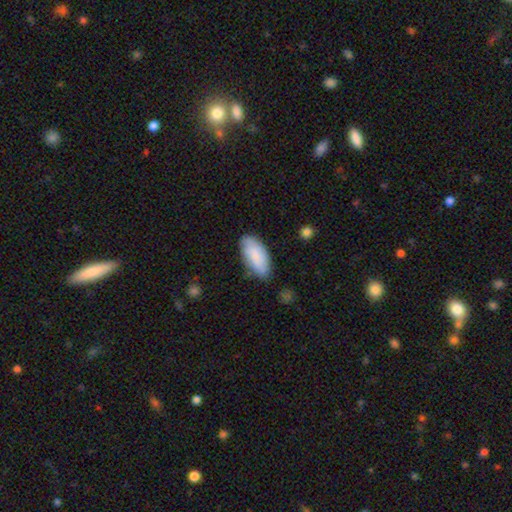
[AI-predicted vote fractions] A smooth galaxy with no disk features (81%) that is in between round and cigar-shaped (91%).

Vote fractions:
- Smooth or featured? smooth: 81% / featured or disk: 13% / star or artifact: 6%
- How rounded? in between: 91% / cigar-shaped: 7% / round: 2%
- Merging? none: 70% / minor disturbance: 23% / major disturbance: 4% / merger: 2%